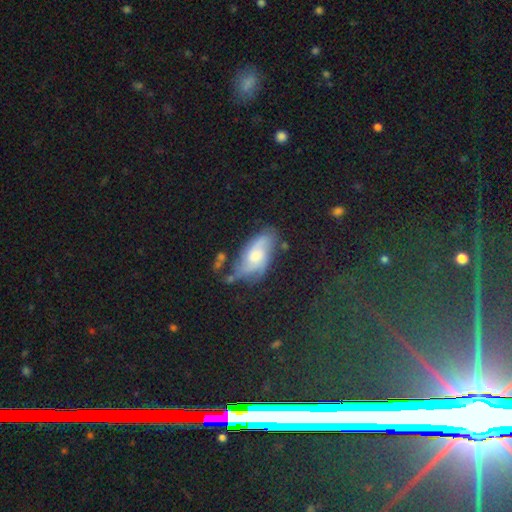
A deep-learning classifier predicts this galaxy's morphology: The model was most divided on "bulge size": moderate: 51%, small: 34%, large: 9%, none: 4%, dominant: 2%. More confident: edge-on disk — no (91%); spiral arms — yes (87%); bar — no (68%); smooth or featured — featured or disk (57%); merging — none (54%).